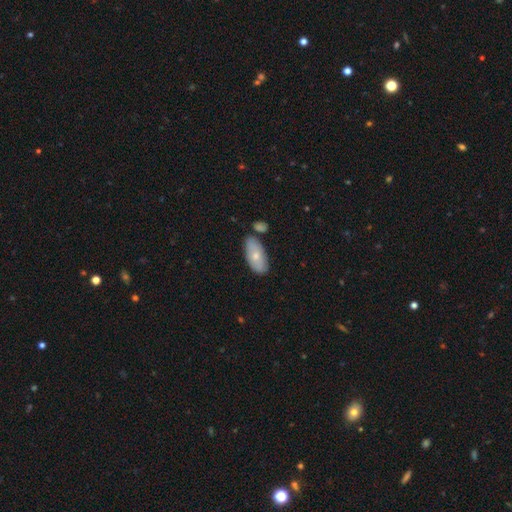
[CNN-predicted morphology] This is likely a smooth galaxy (70%). How rounded: clearly in between (92%). Merging: likely none (72%).